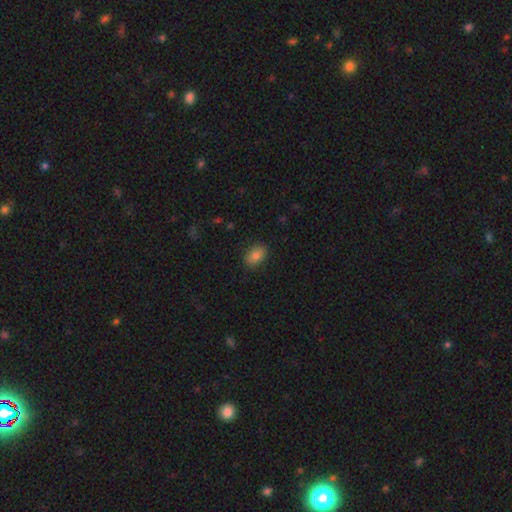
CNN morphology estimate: smooth-or-featured: smooth: 80% | featured or disk: 11% | star or artifact: 9%
  how-rounded: in between: 78% | round: 21% | cigar-shaped: 1%
  merging: none: 87% | minor disturbance: 10% | major disturbance: 2% | merger: 1%